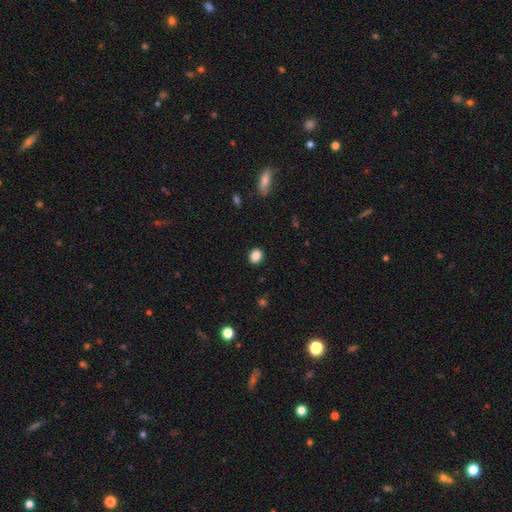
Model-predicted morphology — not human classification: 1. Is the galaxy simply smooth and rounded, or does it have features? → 87% smooth, 9% star or artifact, 4% featured or disk.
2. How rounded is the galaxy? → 58% round, 41% in between, 1% cigar-shaped.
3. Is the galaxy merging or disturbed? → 91% none, 6% minor disturbance, 2% major disturbance, 1% merger.